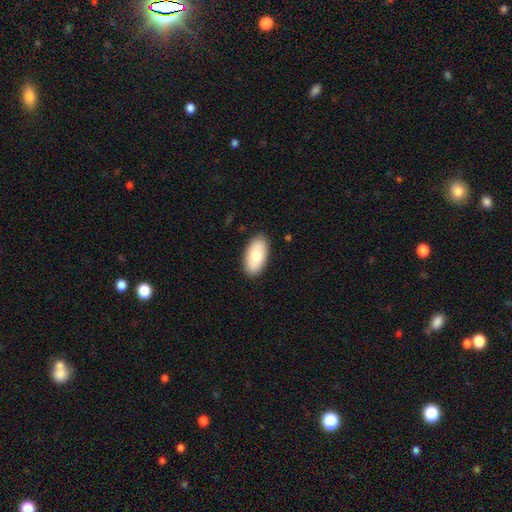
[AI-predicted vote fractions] Overall: smooth (74%). How rounded: in between (95%). Merging: none (88%).